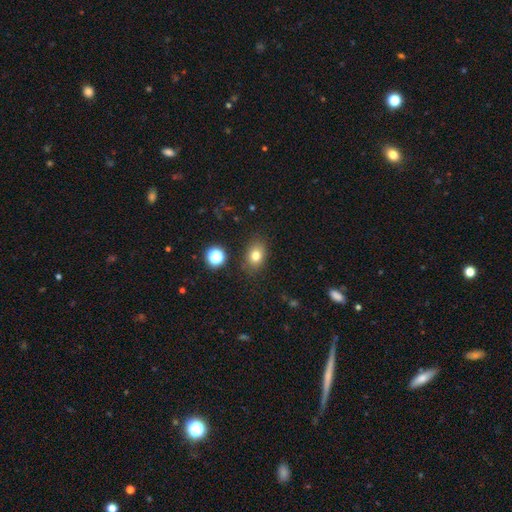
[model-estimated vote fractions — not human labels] The model was most divided on "how rounded": in between: 66%, round: 33%, cigar-shaped: 1%. More confident: merging — none (83%); smooth or featured — smooth (77%).